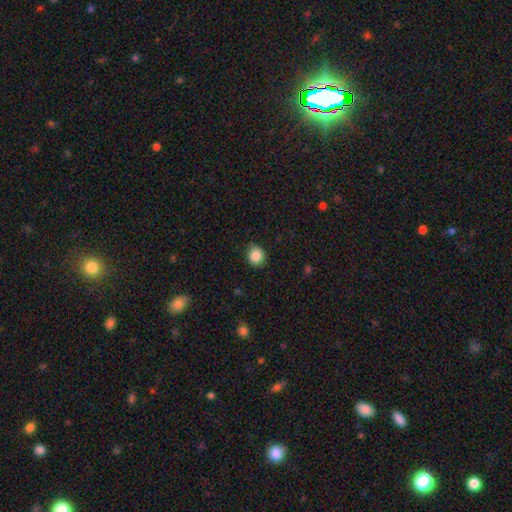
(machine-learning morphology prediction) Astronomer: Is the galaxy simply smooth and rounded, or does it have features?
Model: smooth — 86%.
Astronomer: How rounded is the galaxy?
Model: round — 80%.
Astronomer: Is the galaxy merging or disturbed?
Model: none — 82%.